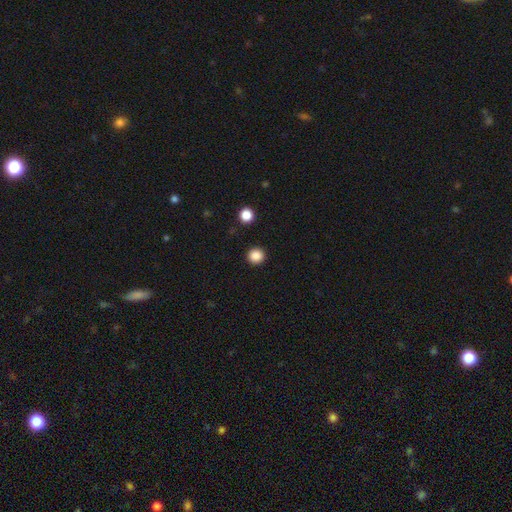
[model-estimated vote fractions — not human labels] smooth_or_featured: smooth (p=0.86) [alt: star or artifact p=0.11]
how_rounded: round (p=0.95) [alt: in between p=0.04]
merging: none (p=0.93) [alt: minor disturbance p=0.04]